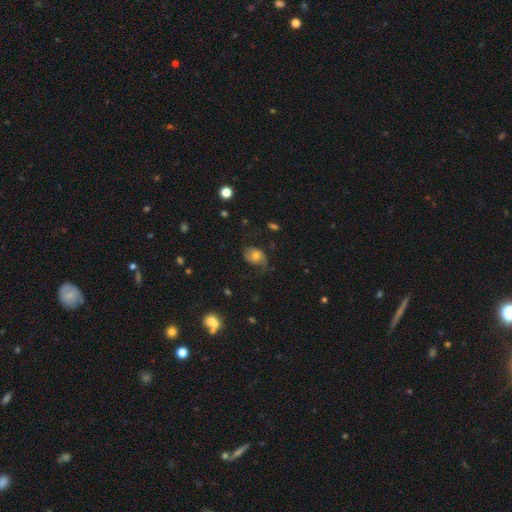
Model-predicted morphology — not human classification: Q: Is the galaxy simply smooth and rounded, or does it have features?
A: featured or disk — 47%.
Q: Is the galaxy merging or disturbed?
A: none — 52%.